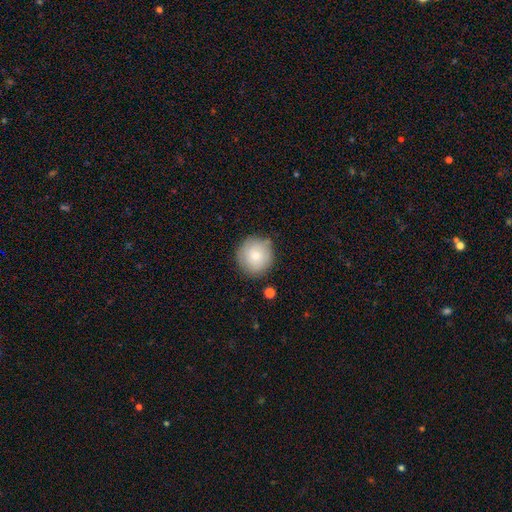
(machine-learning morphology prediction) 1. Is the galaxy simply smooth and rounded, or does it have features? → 80% smooth, 13% featured or disk, 7% star or artifact.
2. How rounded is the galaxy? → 94% round, 5% in between, 1% cigar-shaped.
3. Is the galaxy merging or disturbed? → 81% none, 13% minor disturbance, 3% major disturbance, 3% merger.